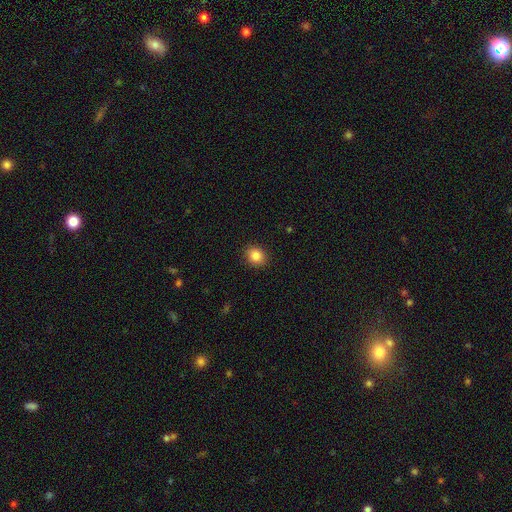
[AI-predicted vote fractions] A smooth galaxy with no disk features (85%) that is round (68%).

Vote fractions:
- Smooth or featured? smooth: 85% / star or artifact: 10% / featured or disk: 5%
- How rounded? round: 68% / in between: 31% / cigar-shaped: 1%
- Merging? none: 91% / minor disturbance: 6% / major disturbance: 2% / merger: 1%